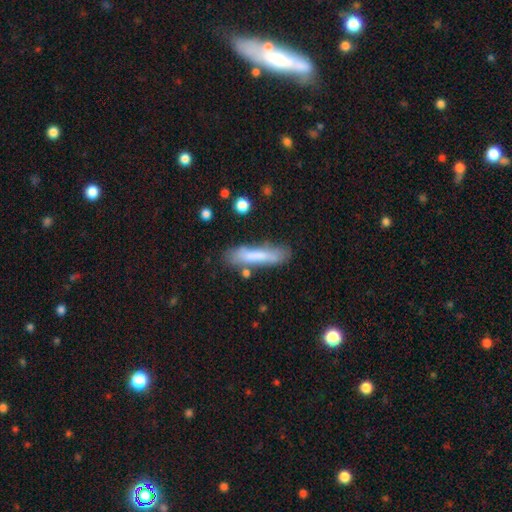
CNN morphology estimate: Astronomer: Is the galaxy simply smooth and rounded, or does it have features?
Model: smooth — 71%.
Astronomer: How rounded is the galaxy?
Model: cigar-shaped — 82%.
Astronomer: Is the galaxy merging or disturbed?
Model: none — 66%.